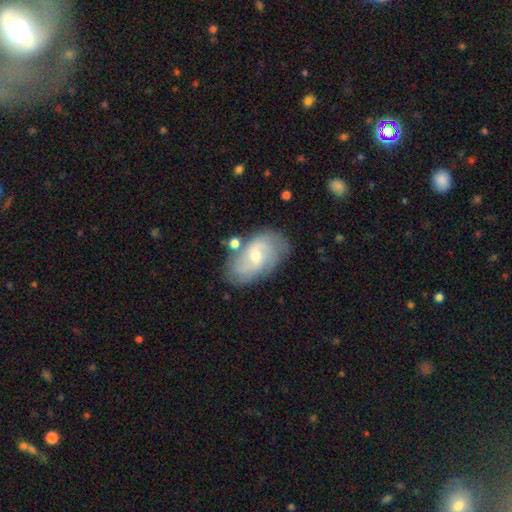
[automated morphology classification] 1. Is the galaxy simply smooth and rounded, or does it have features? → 72% featured or disk, 21% smooth, 7% star or artifact.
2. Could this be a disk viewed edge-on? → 96% no, 4% yes.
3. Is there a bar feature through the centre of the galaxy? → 47% no, 45% weak, 8% strong.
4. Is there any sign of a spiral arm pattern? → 89% yes, 11% no.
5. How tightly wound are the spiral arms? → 43% medium, 30% tight, 27% loose.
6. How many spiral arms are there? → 53% 2, 24% can't tell, 12% 3, 4% 4, 4% 1, 3% more than 4.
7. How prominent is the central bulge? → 56% small, 40% moderate, 1% large, 1% none, 1% dominant.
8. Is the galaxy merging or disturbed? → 70% none, 18% minor disturbance, 6% merger, 6% major disturbance.